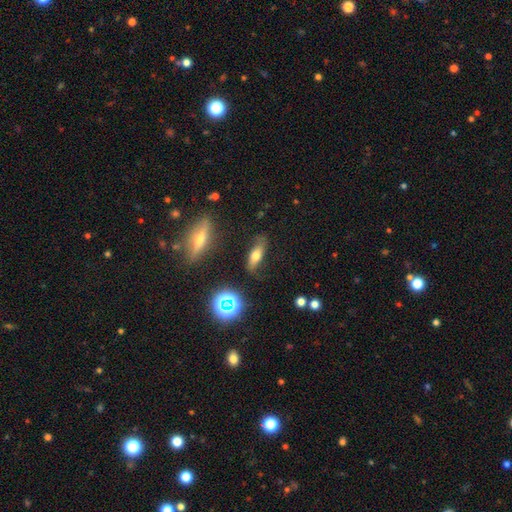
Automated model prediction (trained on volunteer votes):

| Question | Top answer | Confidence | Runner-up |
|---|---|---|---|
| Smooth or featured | smooth | 58% | featured or disk (29%) |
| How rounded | in between | 57% | cigar-shaped (38%) |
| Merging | none | 75% | minor disturbance (17%) |